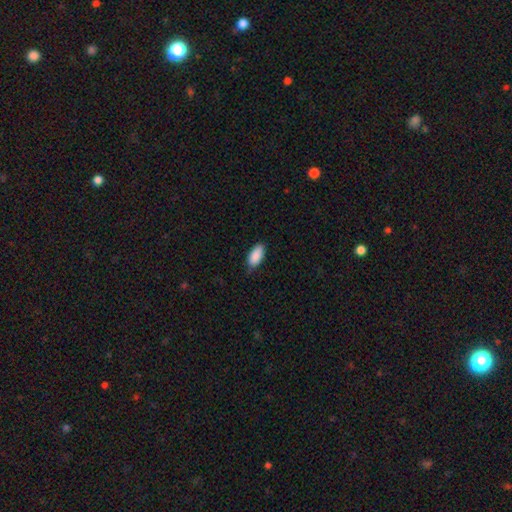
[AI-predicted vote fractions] A smooth galaxy with no disk features (90%) that is in between round and cigar-shaped (91%). Merging: none (75%).